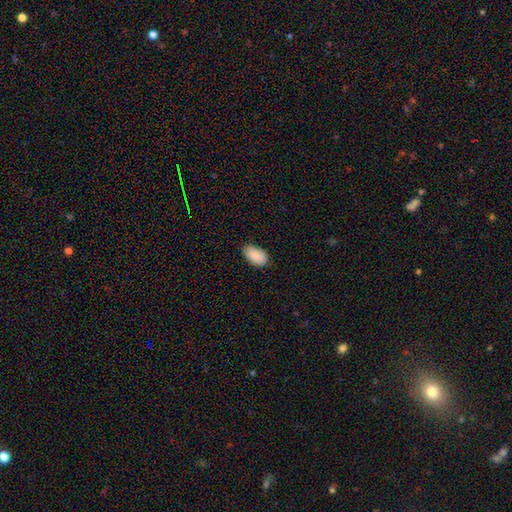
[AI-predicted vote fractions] smooth_or_featured: smooth (p=0.87) [alt: featured or disk p=0.07]
how_rounded: in between (p=0.94) [alt: round p=0.04]
merging: none (p=0.82) [alt: minor disturbance p=0.15]